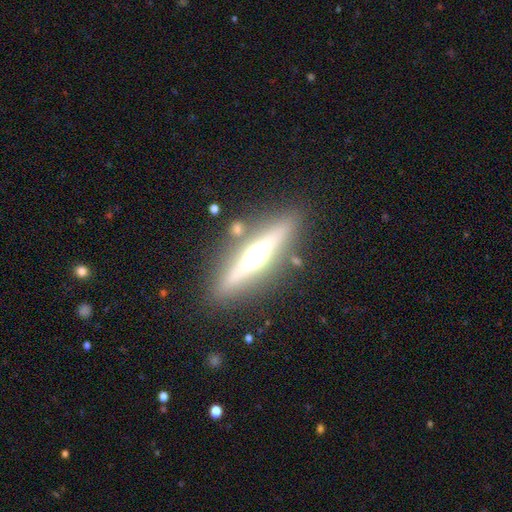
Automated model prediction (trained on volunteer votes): featured or disk 70%, smooth 22%, star or artifact 8%. Down the decision tree: edge-on disk — yes (94%); edge-on bulge — rounded (94%); merging — none (85%).